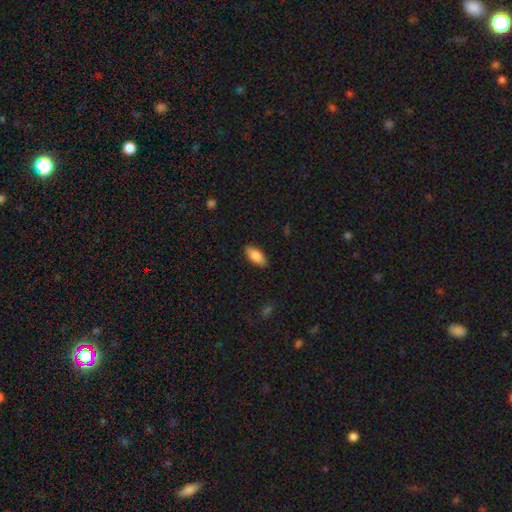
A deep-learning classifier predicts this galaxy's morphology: Q: Smooth or featured?
A: smooth (84%); runner-up: featured or disk (9%)
Q: How rounded?
A: in between (86%); runner-up: cigar-shaped (12%)
Q: Merging?
A: none (87%); runner-up: minor disturbance (10%)